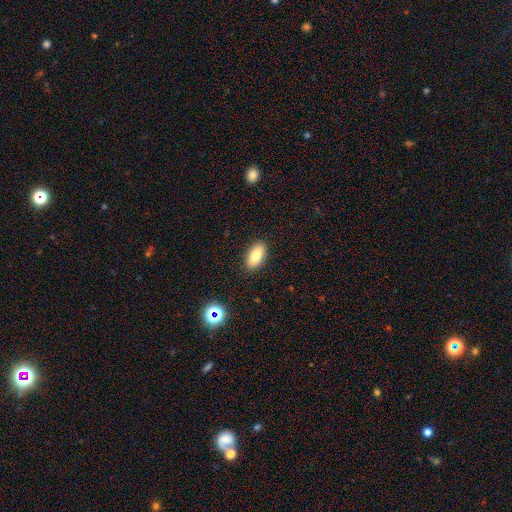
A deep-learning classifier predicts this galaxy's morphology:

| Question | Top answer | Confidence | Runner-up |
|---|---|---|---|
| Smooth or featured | smooth | 79% | featured or disk (12%) |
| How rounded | in between | 91% | round (5%) |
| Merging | none | 89% | minor disturbance (8%) |